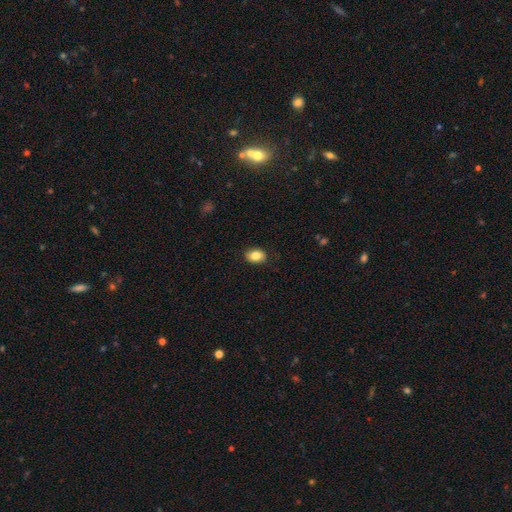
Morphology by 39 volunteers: Volunteers were most divided on "how rounded": in between: 85%, round: 15%, cigar-shaped: 0%. More confident: merging — none (95%); smooth or featured — smooth (87%).